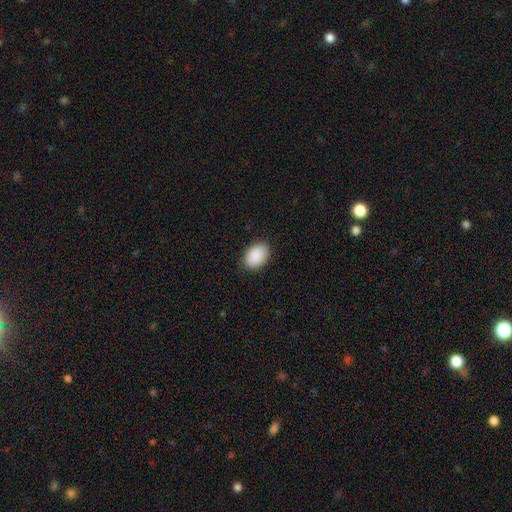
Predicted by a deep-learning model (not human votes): Smooth or featured? smooth (91%)
How rounded? in between (87%)
Merging? none (88%)